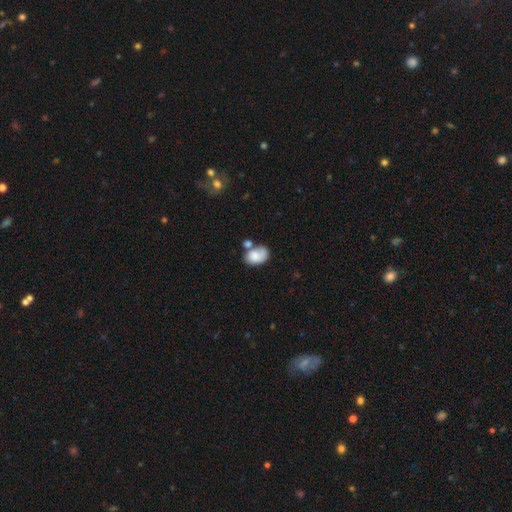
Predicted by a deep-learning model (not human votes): Overall: smooth (74%). How rounded: in between (79%). Merging: merger (36%; none 33%).